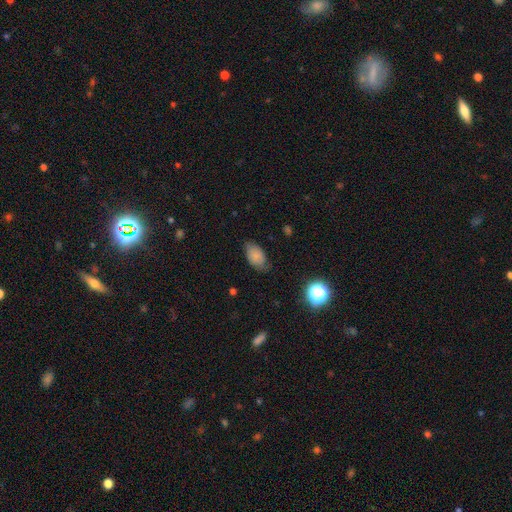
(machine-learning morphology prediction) A smooth galaxy with no disk features (80%) that is in between round and cigar-shaped (92%).

Vote fractions:
- Smooth or featured? smooth: 80% / featured or disk: 10% / star or artifact: 10%
- How rounded? in between: 92% / round: 6% / cigar-shaped: 2%
- Merging? none: 65% / minor disturbance: 27% / major disturbance: 6% / merger: 1%